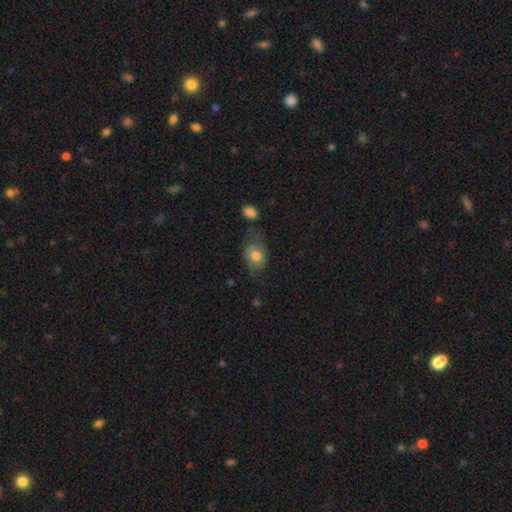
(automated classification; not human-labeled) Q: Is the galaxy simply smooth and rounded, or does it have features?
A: smooth — 70%.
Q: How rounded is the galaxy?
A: in between — 62%.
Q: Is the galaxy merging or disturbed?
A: none — 54%.